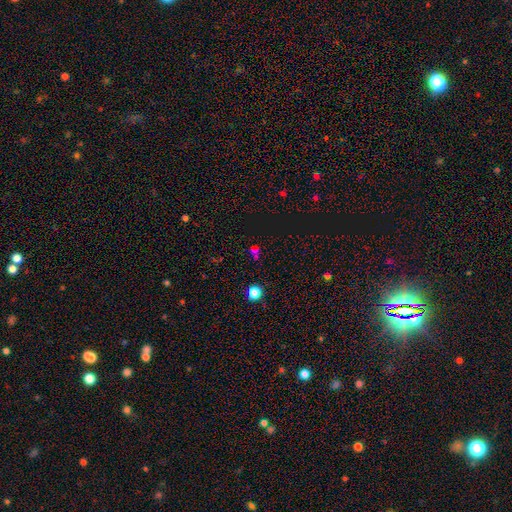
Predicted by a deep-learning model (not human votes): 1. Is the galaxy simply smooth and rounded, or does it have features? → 45% star or artifact (tied), 45% smooth (tied), 9% featured or disk.